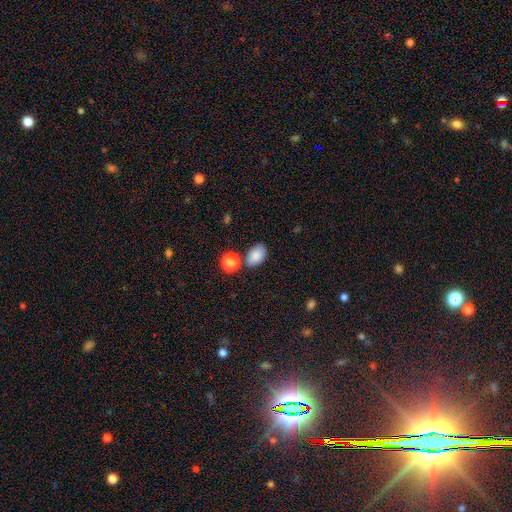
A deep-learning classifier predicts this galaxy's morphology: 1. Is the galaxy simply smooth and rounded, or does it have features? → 85% smooth, 9% star or artifact, 6% featured or disk.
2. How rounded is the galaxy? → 88% in between, 10% round, 1% cigar-shaped.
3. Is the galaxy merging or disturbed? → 72% none, 14% minor disturbance, 11% merger, 4% major disturbance.